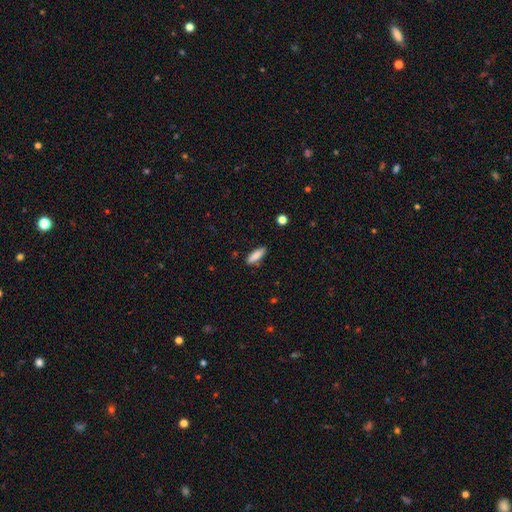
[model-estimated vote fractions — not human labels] Q: Smooth or featured?
A: smooth (82%); runner-up: featured or disk (11%)
Q: How rounded?
A: cigar-shaped (51%); runner-up: in between (47%)
Q: Merging?
A: none (82%); runner-up: minor disturbance (13%)